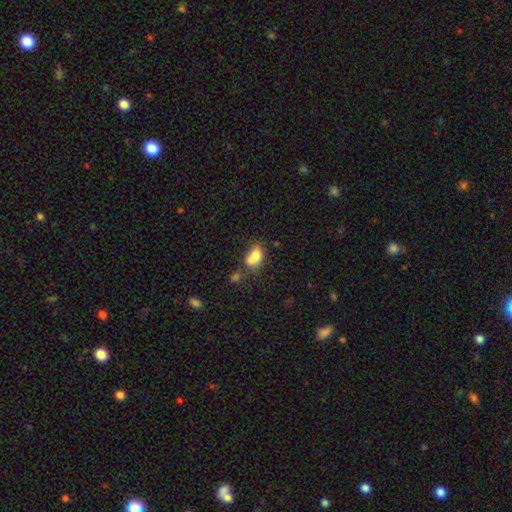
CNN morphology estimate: Q: Smooth or featured?
A: smooth (72%); runner-up: featured or disk (18%)
Q: How rounded?
A: in between (75%); runner-up: round (23%)
Q: Merging?
A: merger (50%); runner-up: none (28%)